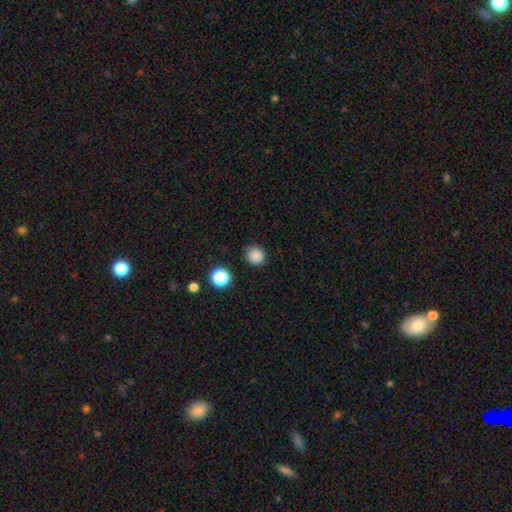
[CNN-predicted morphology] A smooth galaxy with no disk features (84%) that is round (89%).

Vote fractions:
- Smooth or featured? smooth: 84% / star or artifact: 13% / featured or disk: 3%
- How rounded? round: 89% / in between: 10% / cigar-shaped: 1%
- Merging? none: 86% / minor disturbance: 9% / major disturbance: 3% / merger: 2%